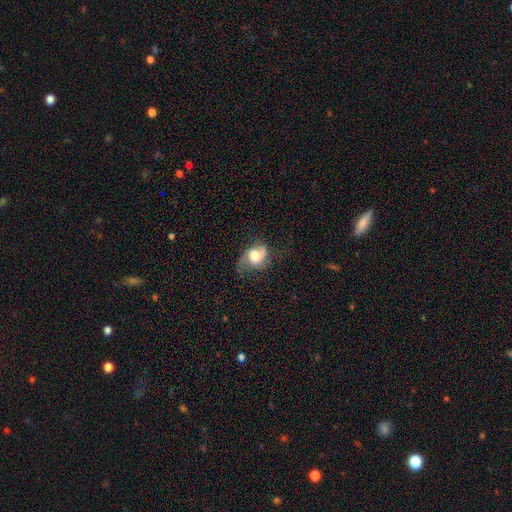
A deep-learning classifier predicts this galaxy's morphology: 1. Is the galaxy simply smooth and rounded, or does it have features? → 55% featured or disk, 36% smooth, 9% star or artifact.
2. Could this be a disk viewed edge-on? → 96% no, 4% yes.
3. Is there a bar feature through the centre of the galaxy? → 63% no, 29% weak, 7% strong.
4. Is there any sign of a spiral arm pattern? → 84% yes, 16% no.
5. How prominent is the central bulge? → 46% moderate, 40% large, 6% dominant, 6% small, 2% none.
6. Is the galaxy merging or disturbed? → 46% none, 26% minor disturbance, 26% major disturbance, 2% merger.